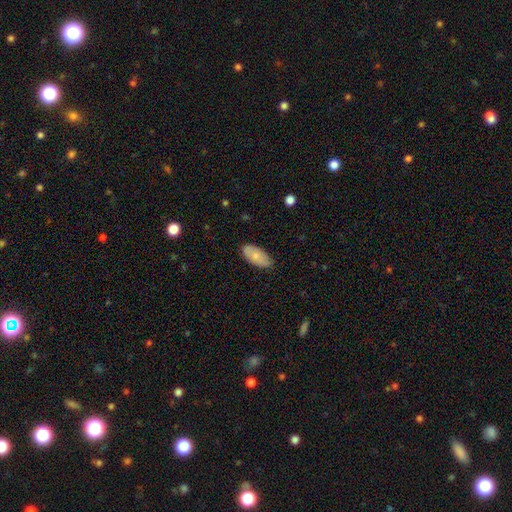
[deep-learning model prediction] The model was most divided on "smooth or featured": smooth: 78%, featured or disk: 15%, star or artifact: 6%. More confident: how rounded — in between (92%); merging — none (80%).